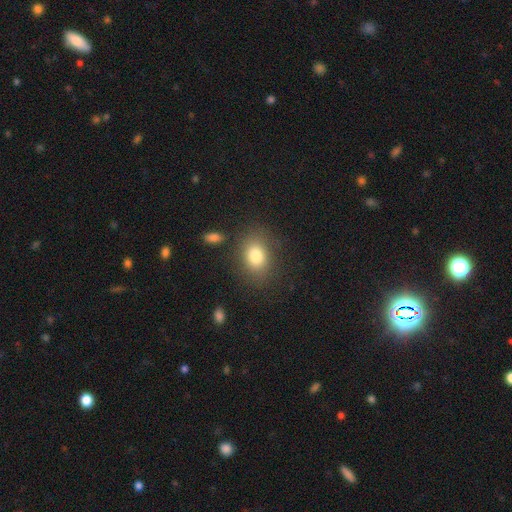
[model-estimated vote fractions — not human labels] Q: Smooth or featured?
A: smooth (81%); runner-up: star or artifact (10%)
Q: How rounded?
A: in between (67%); runner-up: round (32%)
Q: Merging?
A: none (78%); runner-up: minor disturbance (13%)